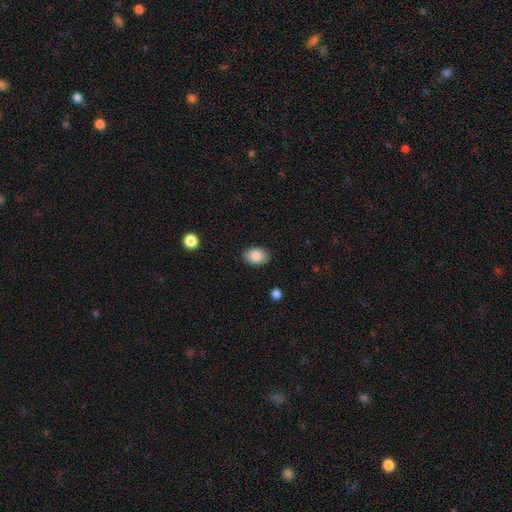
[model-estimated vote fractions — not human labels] smooth 86%, star or artifact 7%, featured or disk 6%. Down the decision tree: how rounded — in between (84%); merging — none (87%).